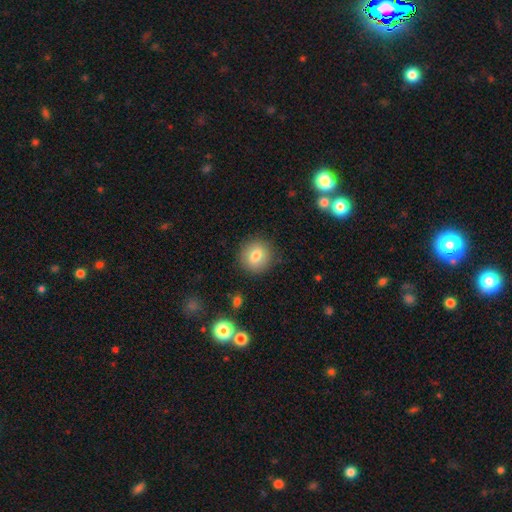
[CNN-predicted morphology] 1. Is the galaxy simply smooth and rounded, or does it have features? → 79% smooth, 12% featured or disk, 10% star or artifact.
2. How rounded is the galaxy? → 87% round, 12% in between, 1% cigar-shaped.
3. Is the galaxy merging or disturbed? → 88% none, 8% minor disturbance, 3% major disturbance, 1% merger.